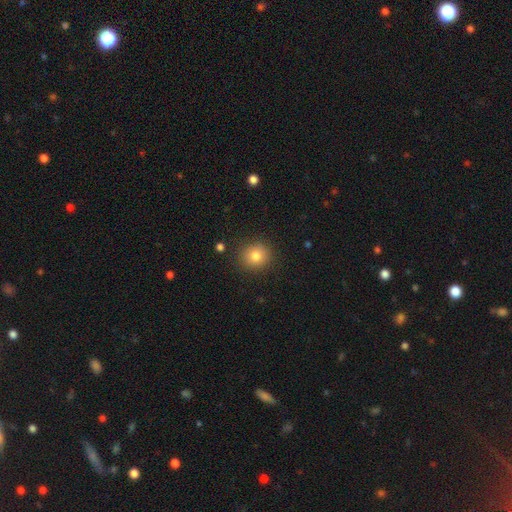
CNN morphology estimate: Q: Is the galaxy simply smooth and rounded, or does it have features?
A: smooth — 82%.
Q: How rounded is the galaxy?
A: round — 84%.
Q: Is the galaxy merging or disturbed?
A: none — 88%.